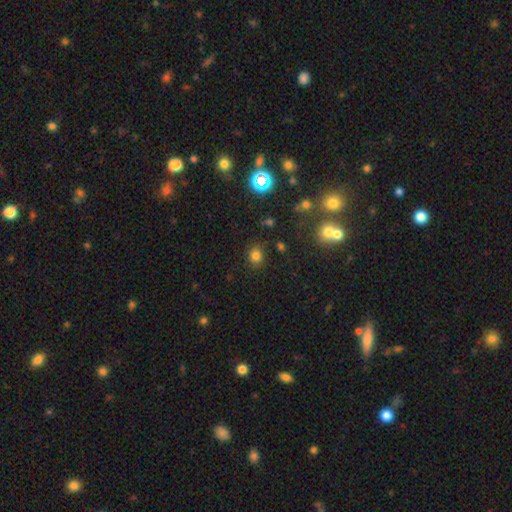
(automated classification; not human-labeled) Smooth or featured? smooth (75%)
How rounded? round (74%)
Merging? none (82%)